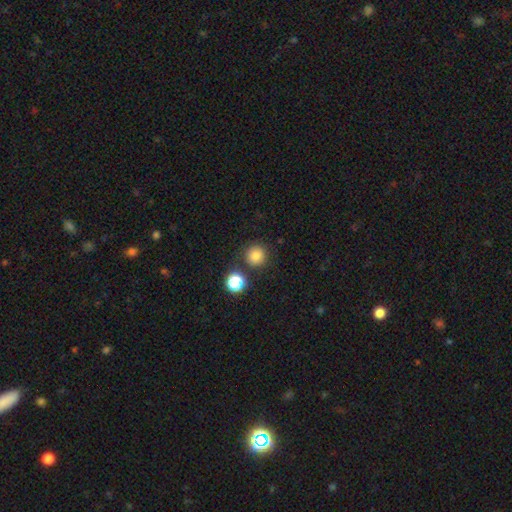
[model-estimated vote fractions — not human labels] A smooth galaxy with no disk features (80%) that is round (94%). Merging: none (83%).